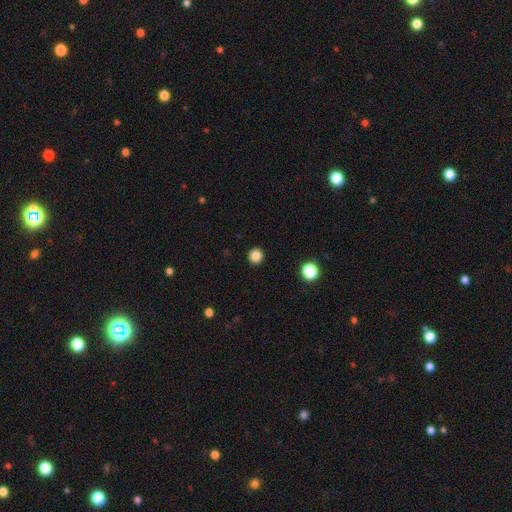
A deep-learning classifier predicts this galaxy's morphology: This is clearly a smooth galaxy (85%). How rounded: clearly round (94%). Merging: clearly none (93%).